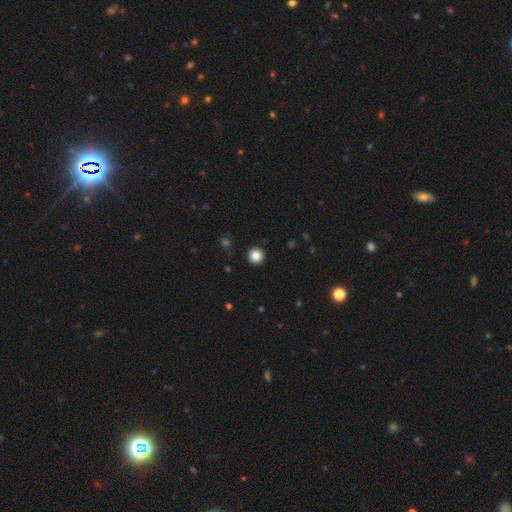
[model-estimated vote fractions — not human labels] Smooth or featured: smooth — 85% (star or artifact — 11%)
How rounded: round — 96% (in between — 3%)
Merging: none — 94% (minor disturbance — 4%)